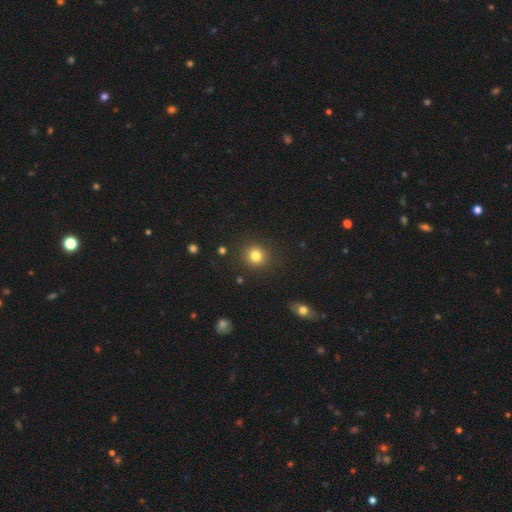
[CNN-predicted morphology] Smooth or featured: smooth — 81% (star or artifact — 12%)
How rounded: round — 88% (in between — 11%)
Merging: none — 89% (minor disturbance — 7%)